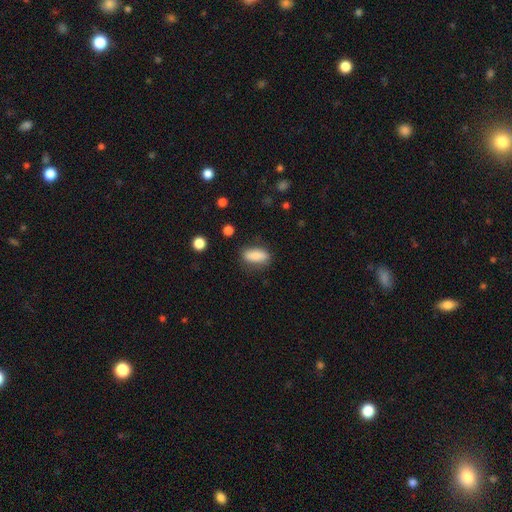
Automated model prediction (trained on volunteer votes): smooth_or_featured: smooth (p=0.86) [alt: star or artifact p=0.07]
how_rounded: in between (p=0.81) [alt: cigar-shaped p=0.15]
merging: none (p=0.78) [alt: minor disturbance p=0.15]